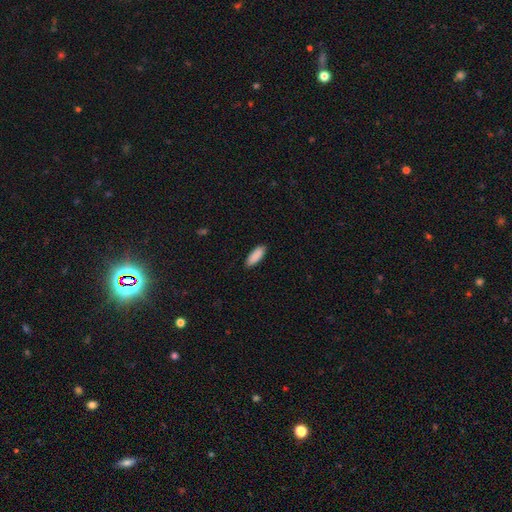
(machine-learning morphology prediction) Q: Smooth or featured?
A: smooth (90%); runner-up: star or artifact (6%)
Q: How rounded?
A: in between (67%); runner-up: cigar-shaped (32%)
Q: Merging?
A: none (89%); runner-up: minor disturbance (8%)